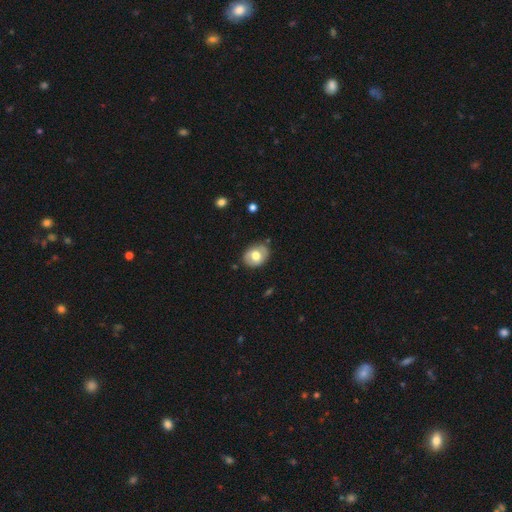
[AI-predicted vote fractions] Smooth or featured? smooth (62%)
How rounded? in between (60%)
Merging? none (79%)